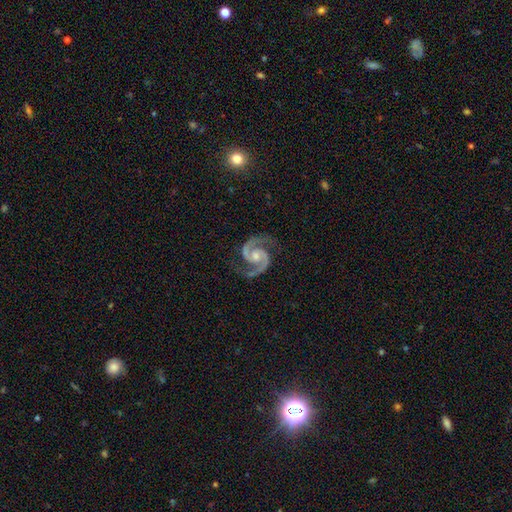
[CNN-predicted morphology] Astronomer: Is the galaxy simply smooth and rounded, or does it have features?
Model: featured or disk — 94%.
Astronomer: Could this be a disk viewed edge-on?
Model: no — 98%.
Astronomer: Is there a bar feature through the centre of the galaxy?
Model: no — 62%.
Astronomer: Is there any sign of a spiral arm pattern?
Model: yes — 99%.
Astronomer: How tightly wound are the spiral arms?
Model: medium — 65%.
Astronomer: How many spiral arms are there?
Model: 2 — 95%.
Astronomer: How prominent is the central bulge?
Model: moderate — 54% (runner-up: small, 36%).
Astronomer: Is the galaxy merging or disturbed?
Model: none — 81%.